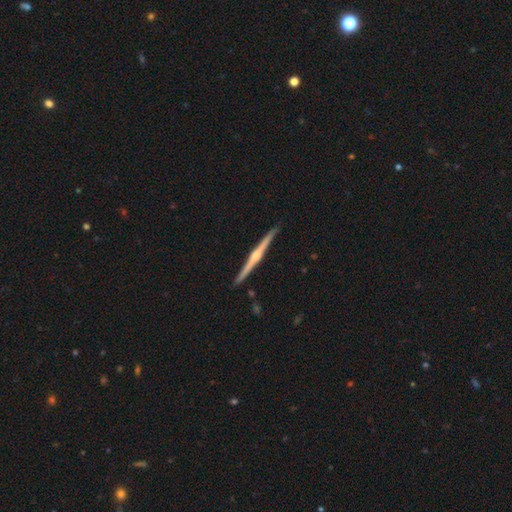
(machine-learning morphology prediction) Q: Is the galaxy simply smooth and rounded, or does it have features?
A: featured or disk — 83%.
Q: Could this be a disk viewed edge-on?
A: yes — 99%.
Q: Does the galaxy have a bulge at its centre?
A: rounded — 87%.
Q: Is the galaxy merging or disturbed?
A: none — 92%.